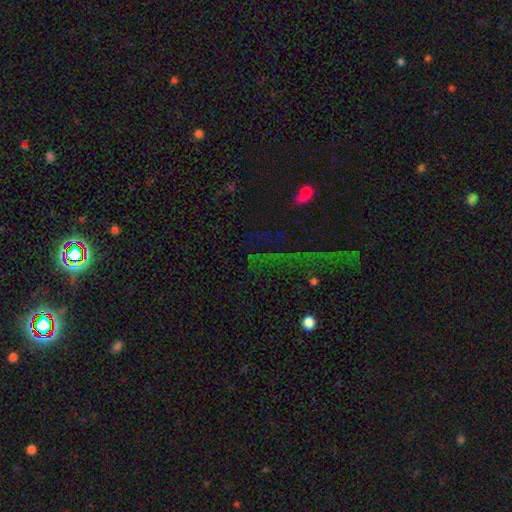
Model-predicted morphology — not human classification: Smooth or featured?
  - star or artifact: 69% *
  - smooth: 18%
  - featured or disk: 13%